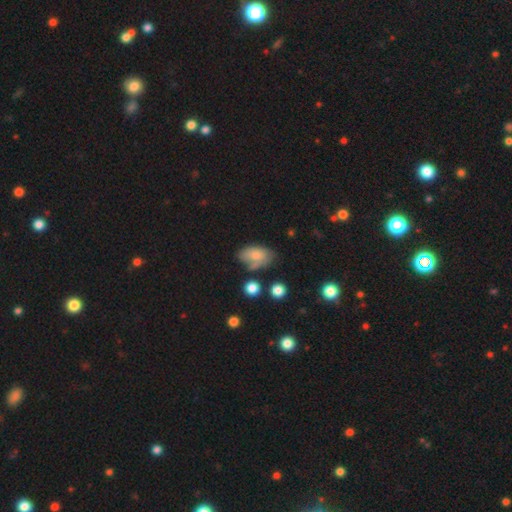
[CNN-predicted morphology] smooth 74%, featured or disk 18%, star or artifact 9%. Down the decision tree: how rounded — in between (91%); merging — none (51%).